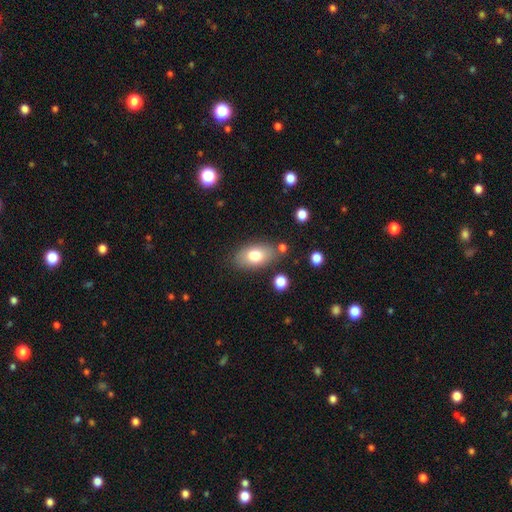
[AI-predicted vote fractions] Q: Smooth or featured?
A: smooth (75%); runner-up: featured or disk (17%)
Q: How rounded?
A: in between (89%); runner-up: round (9%)
Q: Merging?
A: none (76%); runner-up: minor disturbance (14%)